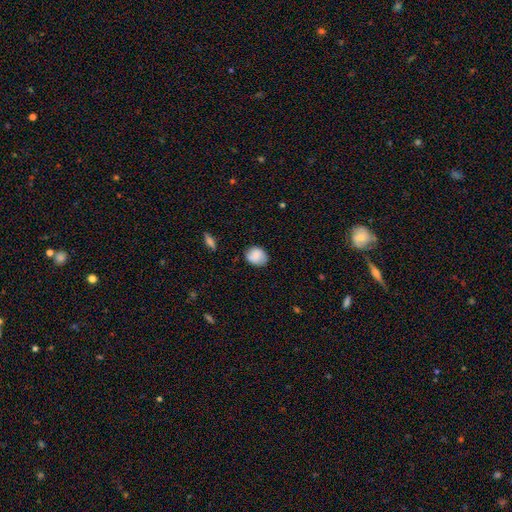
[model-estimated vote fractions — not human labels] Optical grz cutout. It shows a smooth galaxy with no disk features (84%) that is round (57%). Merging: none (78%).